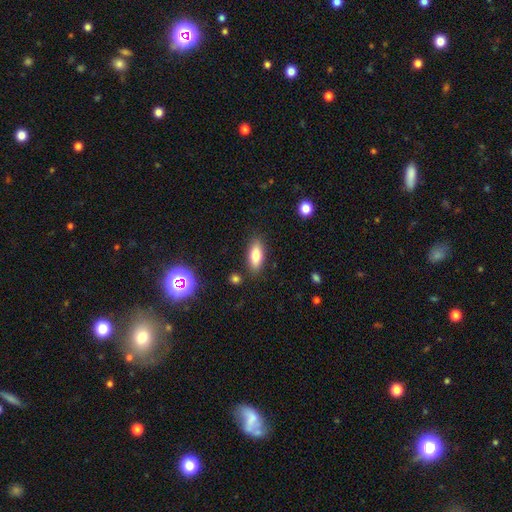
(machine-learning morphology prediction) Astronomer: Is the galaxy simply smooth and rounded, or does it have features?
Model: smooth — 79%.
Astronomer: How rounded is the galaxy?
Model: in between — 80%.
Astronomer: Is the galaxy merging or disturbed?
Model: none — 85%.